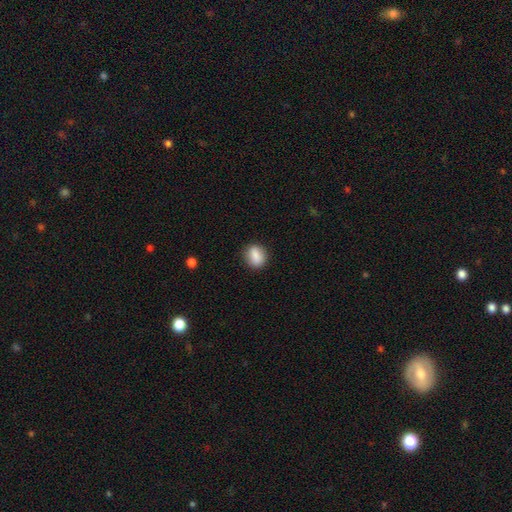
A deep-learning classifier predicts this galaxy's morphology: smooth-or-featured: smooth: 85% | featured or disk: 8% | star or artifact: 8%
  how-rounded: in between: 51% | round: 47% | cigar-shaped: 3%
  merging: none: 86% | minor disturbance: 10% | major disturbance: 3% | merger: 1%